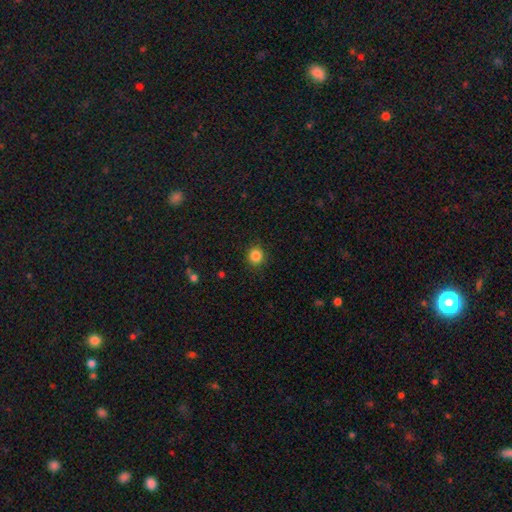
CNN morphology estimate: Smooth or featured? Predicted: smooth (p=0.85). How rounded? Predicted: round (p=0.88). Merging? Predicted: none (p=0.90).